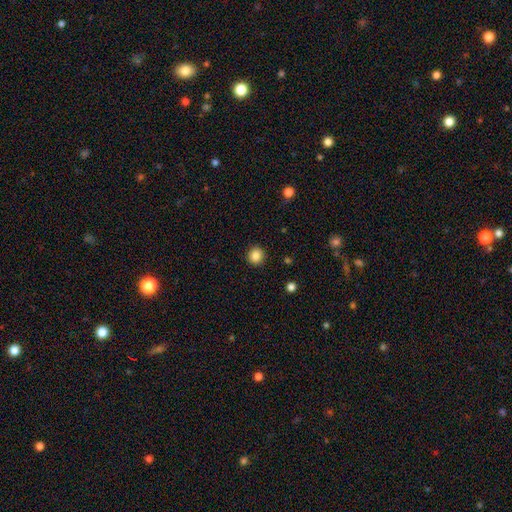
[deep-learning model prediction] Smooth or featured: smooth — 85% (star or artifact — 10%)
How rounded: round — 93% (in between — 6%)
Merging: none — 92% (minor disturbance — 5%)